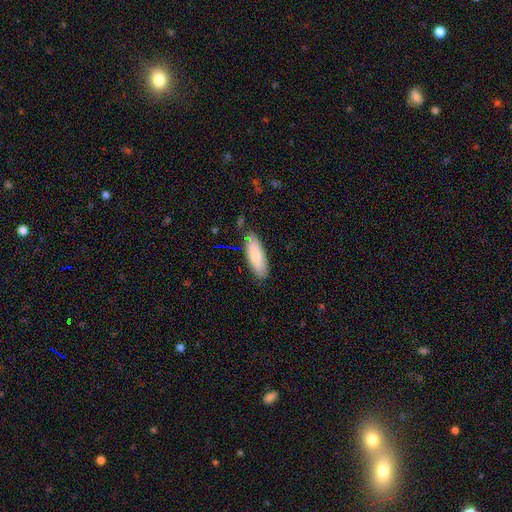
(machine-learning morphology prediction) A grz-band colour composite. It shows a smooth galaxy with no disk features (79%) that is in between round and cigar-shaped (69%). Merging: none (79%).